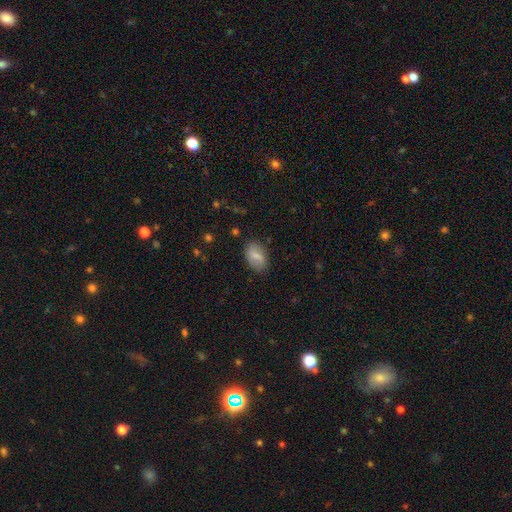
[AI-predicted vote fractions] The model was most divided on "smooth or featured": smooth: 71%, featured or disk: 21%, star or artifact: 8%. More confident: how rounded — in between (88%); merging — none (80%).